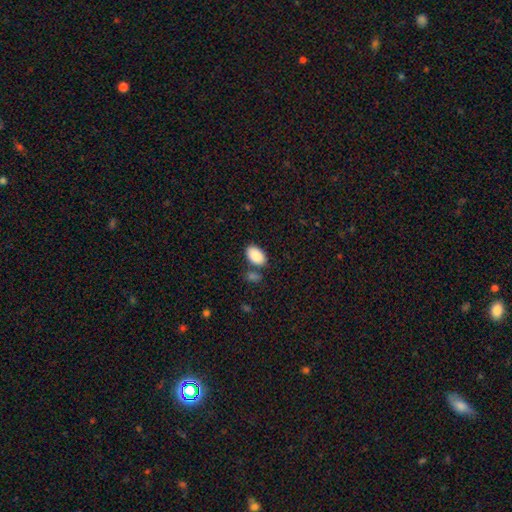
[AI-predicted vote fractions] smooth_or_featured: smooth (p=0.90) [alt: star or artifact p=0.06]
how_rounded: in between (p=0.94) [alt: round p=0.05]
merging: none (p=0.71) [alt: merger p=0.13]